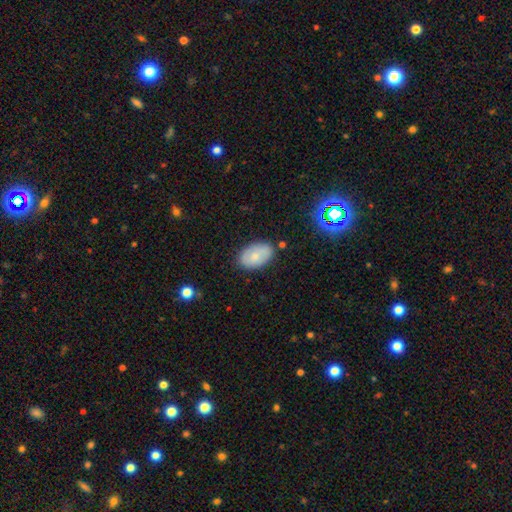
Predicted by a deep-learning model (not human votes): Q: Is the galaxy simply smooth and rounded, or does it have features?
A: smooth — 71%.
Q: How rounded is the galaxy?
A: in between — 91%.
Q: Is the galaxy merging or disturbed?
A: none — 81%.